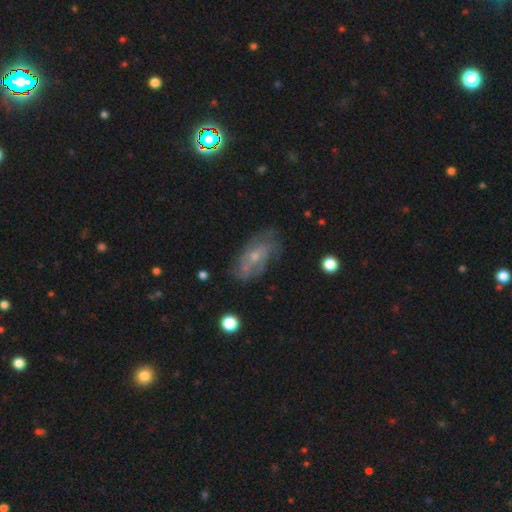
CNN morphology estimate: A featured or disk galaxy (62%) with no bar (68%), spiral arms (66%) and a small central bulge (54%). Merging: none (57%).